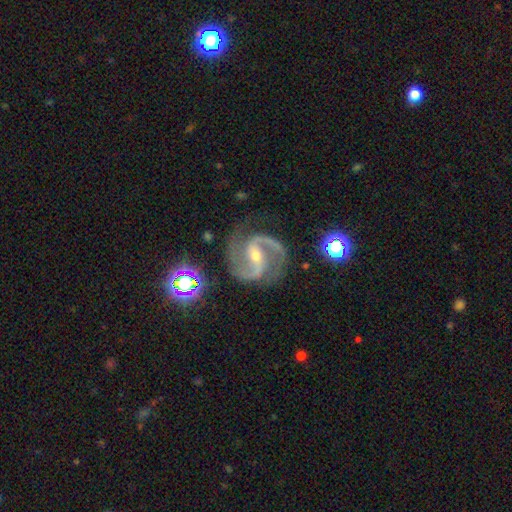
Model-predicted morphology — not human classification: Overall: featured or disk (92%). Edge-on disk: no (98%). Bar: strong (44%; weak 35%). Spiral arms: yes (99%). Spiral arm count: 2 (93%). Spiral winding: medium (65%). Bulge size: small (54%; moderate 43%). Merging: none (78%).